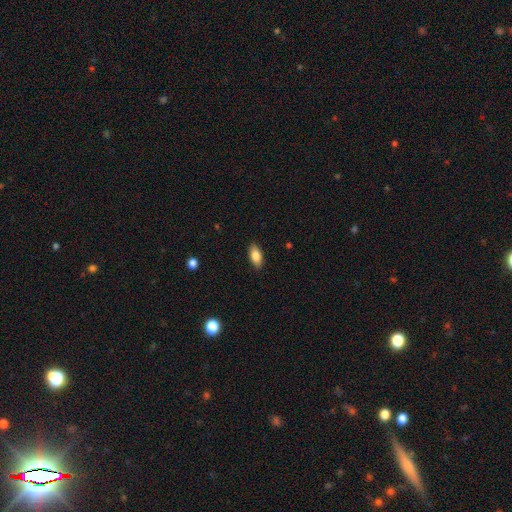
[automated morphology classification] A smooth galaxy with no disk features (83%) that is in between round and cigar-shaped (88%). Merging: none (87%).